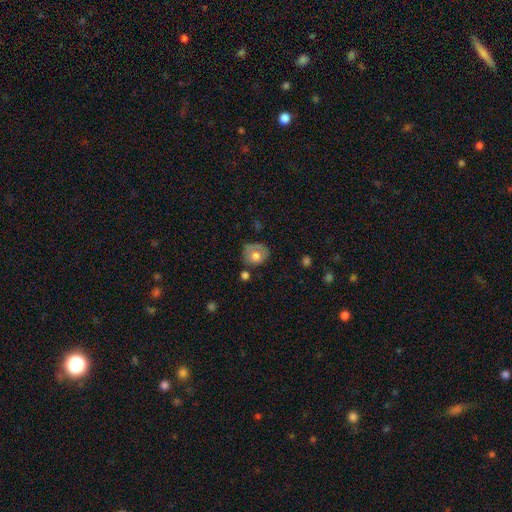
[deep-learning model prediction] Morphology: type=smooth (67%); roundness=round (62%); merging=none (55%).